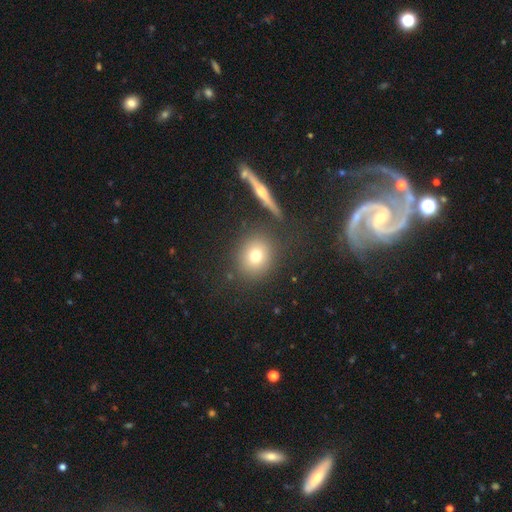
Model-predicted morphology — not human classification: The model was most divided on "smooth or featured": smooth: 73%, star or artifact: 13%, featured or disk: 13%. More confident: merging — none (82%); how rounded — round (79%).